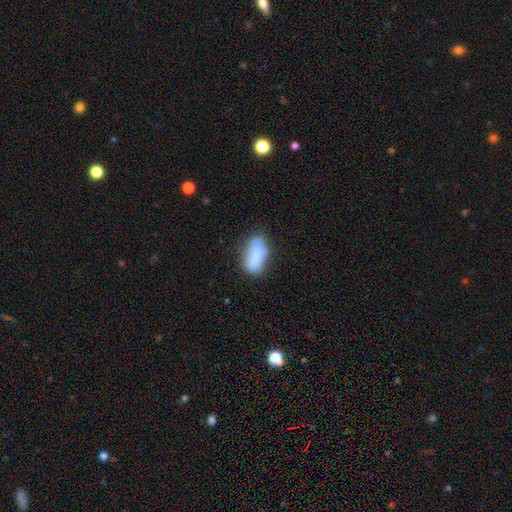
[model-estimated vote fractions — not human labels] A smooth galaxy with no disk features (76%) that is in between round and cigar-shaped (88%).

Vote fractions:
- Smooth or featured? smooth: 76% / featured or disk: 16% / star or artifact: 8%
- How rounded? in between: 88% / cigar-shaped: 8% / round: 4%
- Merging? none: 58% / minor disturbance: 28% / major disturbance: 9% / merger: 5%